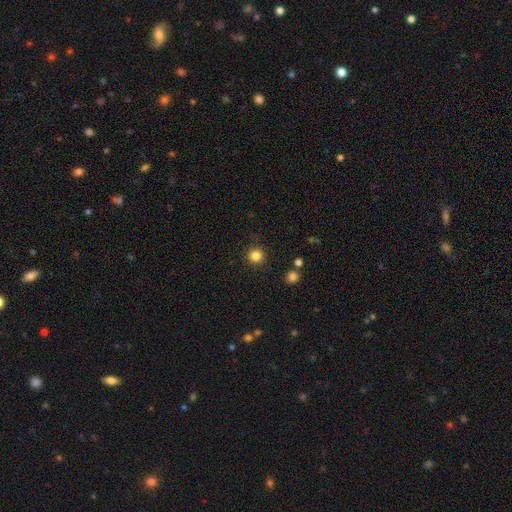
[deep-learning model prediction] smooth-or-featured: smooth: 84% | star or artifact: 12% | featured or disk: 4%
  how-rounded: round: 95% | in between: 4% | cigar-shaped: 1%
  merging: none: 91% | minor disturbance: 5% | major disturbance: 2% | merger: 2%